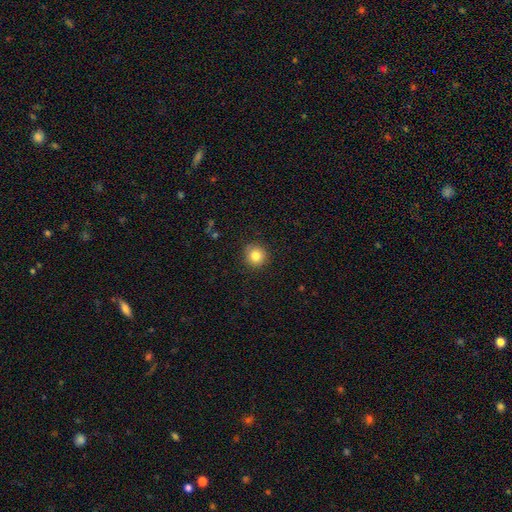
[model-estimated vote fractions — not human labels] Smooth or featured? smooth (83%)
How rounded? round (93%)
Merging? none (90%)